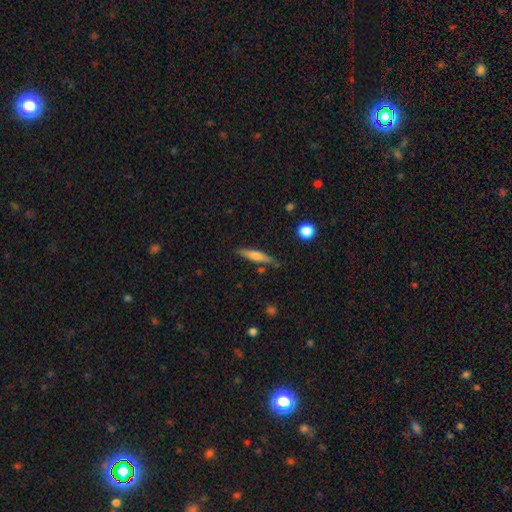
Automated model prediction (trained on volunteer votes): A smooth galaxy with no disk features (59%) that is cigar-shaped (86%). Merging: none (83%).